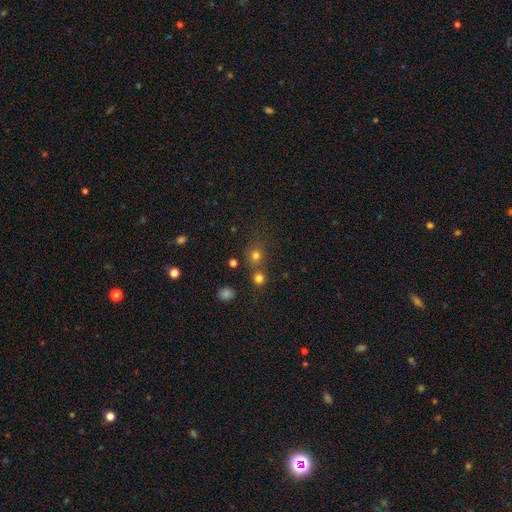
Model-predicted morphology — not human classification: Q: Smooth or featured?
A: smooth (73%); runner-up: star or artifact (19%)
Q: How rounded?
A: round (82%); runner-up: in between (17%)
Q: Merging?
A: none (61%); runner-up: merger (24%)